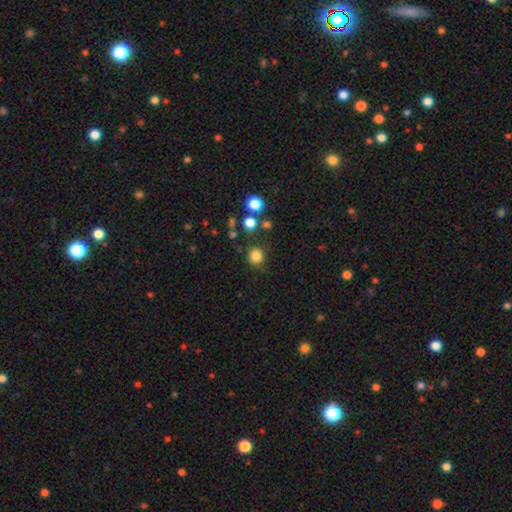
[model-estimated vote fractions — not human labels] This is clearly a smooth galaxy (83%). How rounded: clearly round (88%). Merging: clearly none (82%).